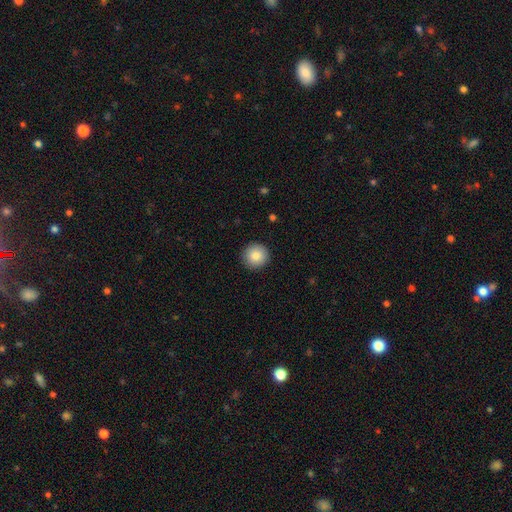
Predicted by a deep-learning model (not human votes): smooth-or-featured: smooth: 85% | star or artifact: 8% | featured or disk: 7%
  how-rounded: round: 95% | in between: 4% | cigar-shaped: 1%
  merging: none: 92% | minor disturbance: 6% | major disturbance: 2% | merger: 1%